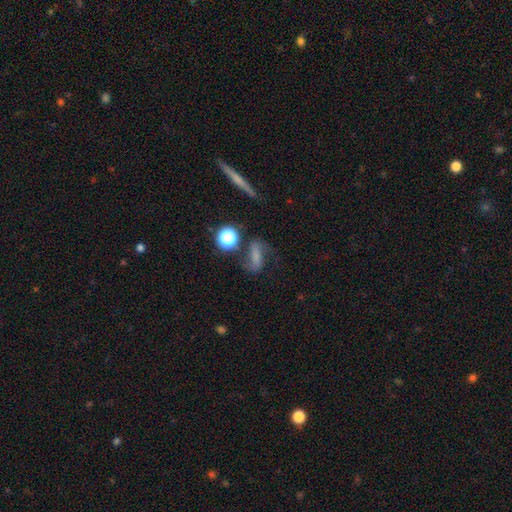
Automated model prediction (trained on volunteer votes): featured or disk 45%, smooth 38%, star or artifact 17%. Down the decision tree: merging — none (59%).